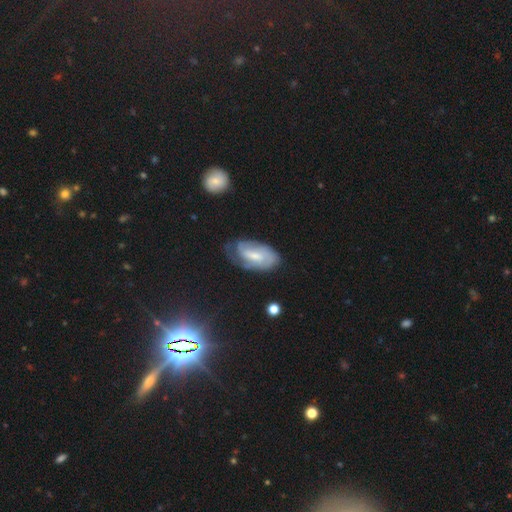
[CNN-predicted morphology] Smooth or featured? featured or disk (63%)
Edge-on disk? no (94%)
Bar? weak (49%)
Spiral arms? yes (85%)
Spiral winding? tight (49%)
Spiral arm count? can't tell (40%)
Bulge size? small (52%)
Merging? none (54%)